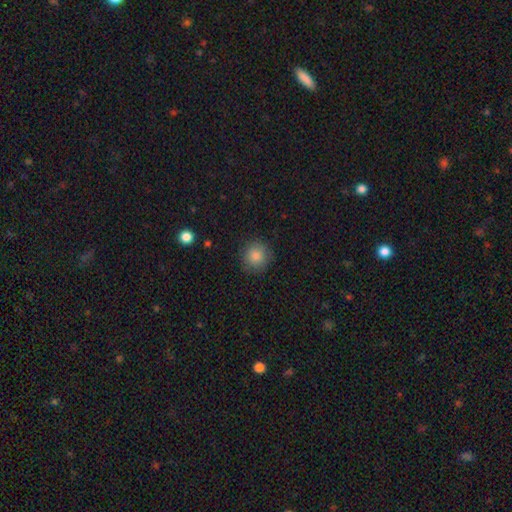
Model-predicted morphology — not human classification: type=smooth (84%); roundness=round (93%); merging=none (89%).